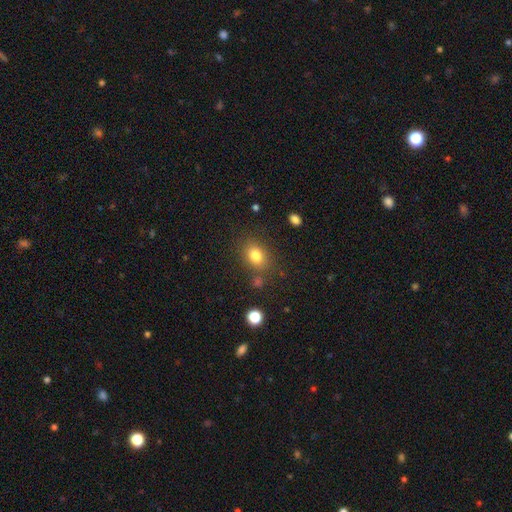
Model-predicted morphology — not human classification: This appears to be a smooth galaxy with no disk features (80%) that is in between round and cigar-shaped (61%). Merging: none (78%).